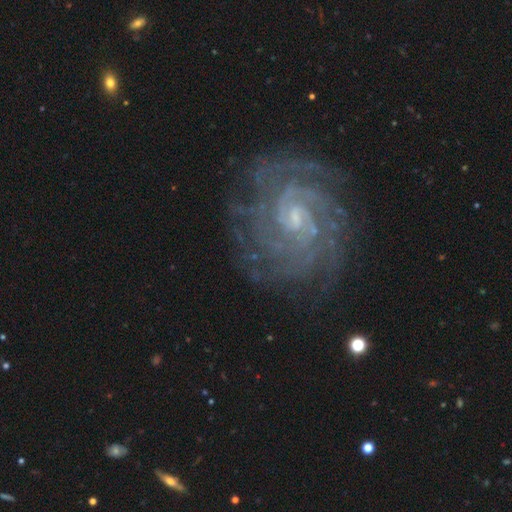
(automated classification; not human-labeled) This is clearly a featured or disk galaxy (88%). It is clearly not viewed edge-on (98%). Bar: possibly no (52%). Spiral arm pattern: clearly yes (98%). Spiral arm count: marginally can't tell (25%). Spiral winding: likely tight (80%). Central bulge: likely small (70%). Merging: clearly none (81%).